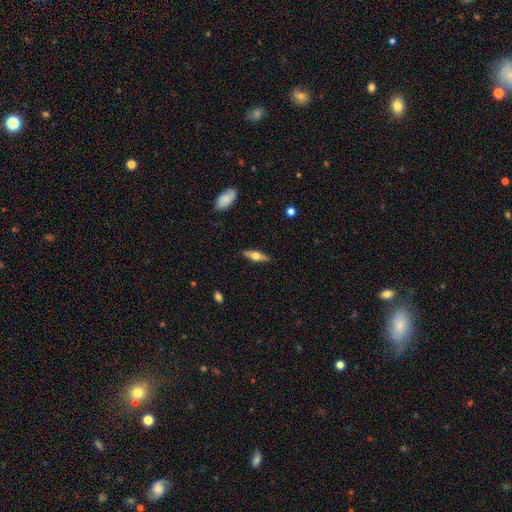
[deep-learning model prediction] Q: Smooth or featured?
A: featured or disk (54%); runner-up: smooth (40%)
Q: Edge-on disk?
A: yes (93%); runner-up: no (7%)
Q: Edge-on bulge?
A: rounded (94%); runner-up: boxy (4%)
Q: Merging?
A: none (88%); runner-up: minor disturbance (9%)